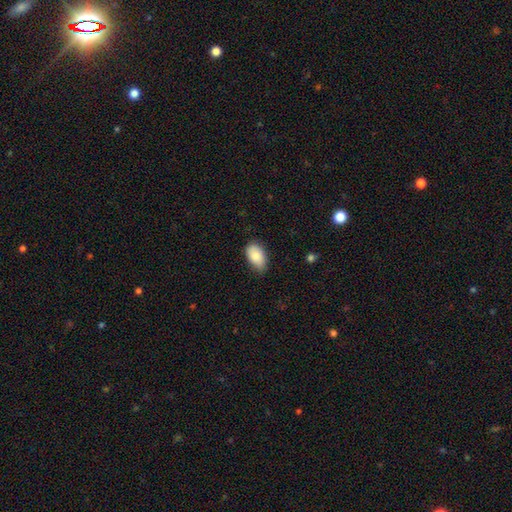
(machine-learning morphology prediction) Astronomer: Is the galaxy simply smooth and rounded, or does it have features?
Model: smooth — 85%.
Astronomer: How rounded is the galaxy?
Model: in between — 93%.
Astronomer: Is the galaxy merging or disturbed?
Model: none — 67%.